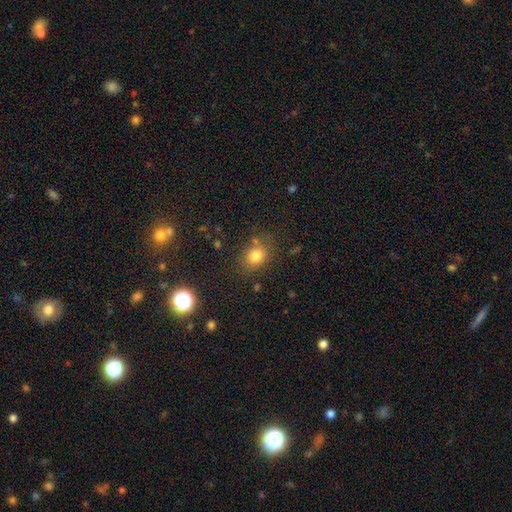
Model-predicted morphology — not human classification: Smooth or featured? Predicted: smooth (p=0.78). How rounded? Predicted: in between (p=0.50). Merging? Predicted: none (p=0.73).